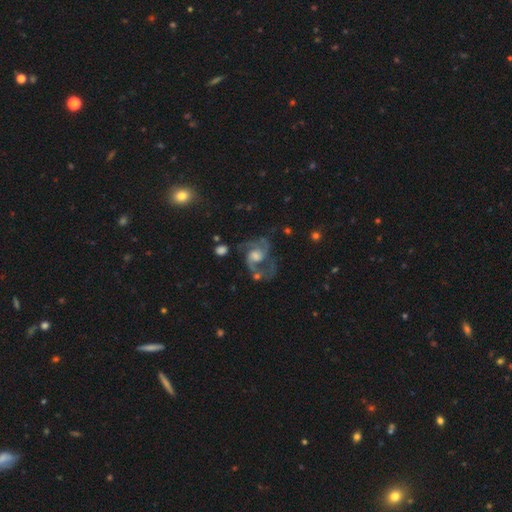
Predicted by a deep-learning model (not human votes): Morphology: type=featured or disk (84%); edge-on=no (98%); bar=no (56%); spiral arms=yes (93%); winding=medium (53%); arm count=2 (73%); bulge=moderate (50%); merging=none (48%).